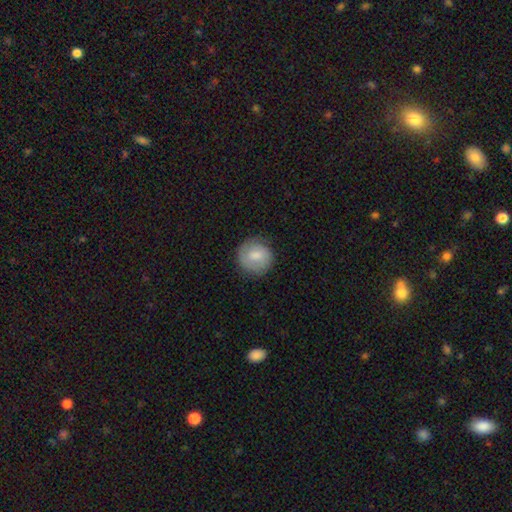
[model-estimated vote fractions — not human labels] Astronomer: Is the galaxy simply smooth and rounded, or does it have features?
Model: smooth — 71%.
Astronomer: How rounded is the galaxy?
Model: round — 90%.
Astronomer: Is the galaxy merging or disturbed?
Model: none — 77%.